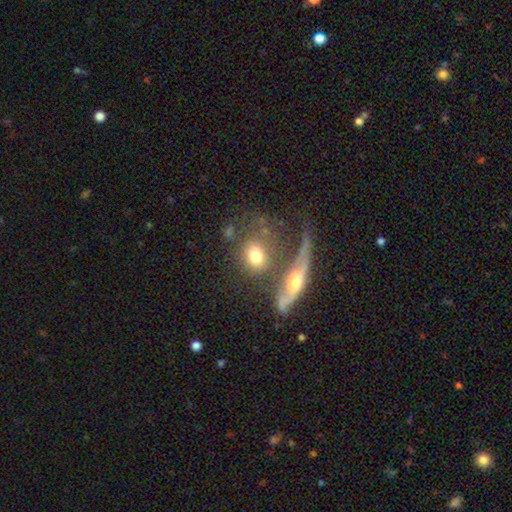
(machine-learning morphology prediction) Smooth or featured?
  - smooth: 63% *
  - featured or disk: 24%
  - star or artifact: 12%
How rounded?
  - round: 54% *
  - in between: 40%
  - cigar-shaped: 6%
Merging?
  - none: 47% *
  - merger: 30%
  - minor disturbance: 13%
  - major disturbance: 10%